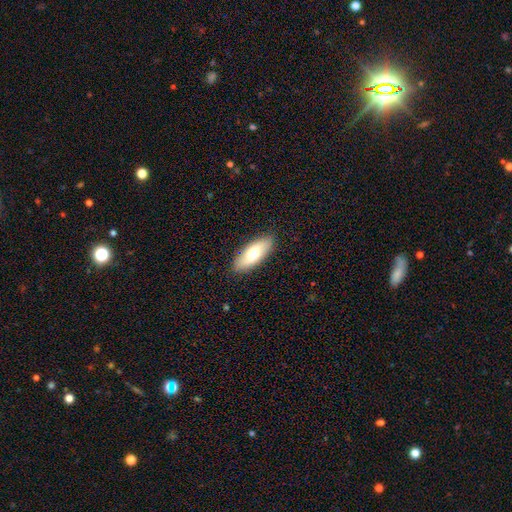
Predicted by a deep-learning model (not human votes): This appears to be a smooth galaxy with no disk features (66%) that is in between round and cigar-shaped (73%). Merging: none (90%).